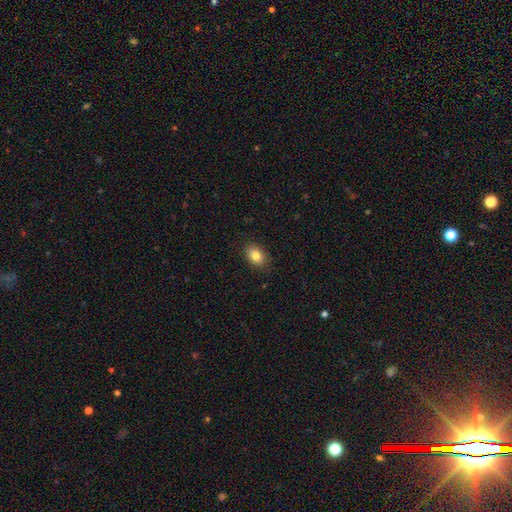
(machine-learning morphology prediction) Smooth or featured?
  - smooth: 82% *
  - star or artifact: 9%
  - featured or disk: 9%
How rounded?
  - in between: 79% *
  - round: 20%
  - cigar-shaped: 1%
Merging?
  - none: 87% *
  - minor disturbance: 10%
  - major disturbance: 2%
  - merger: 1%